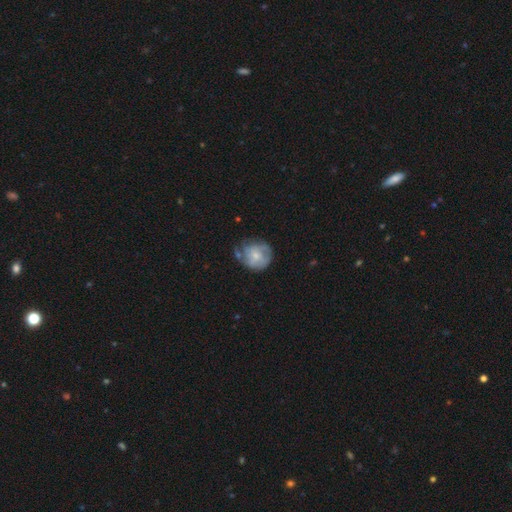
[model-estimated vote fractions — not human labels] A featured or disk galaxy (50%). Merging: none (52%).